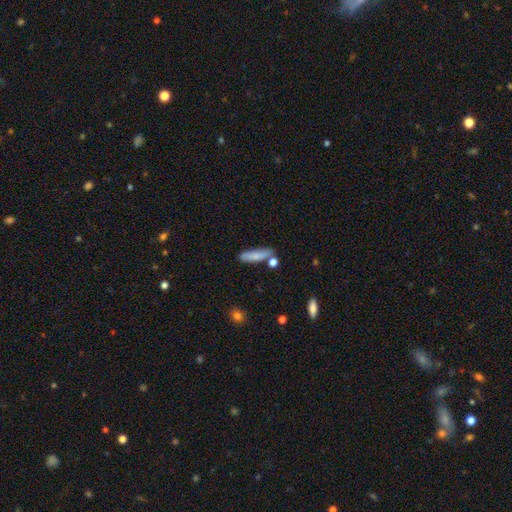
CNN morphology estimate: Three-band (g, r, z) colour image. It shows a smooth galaxy with no disk features (77%) that is cigar-shaped (71%). Merging: none (68%).